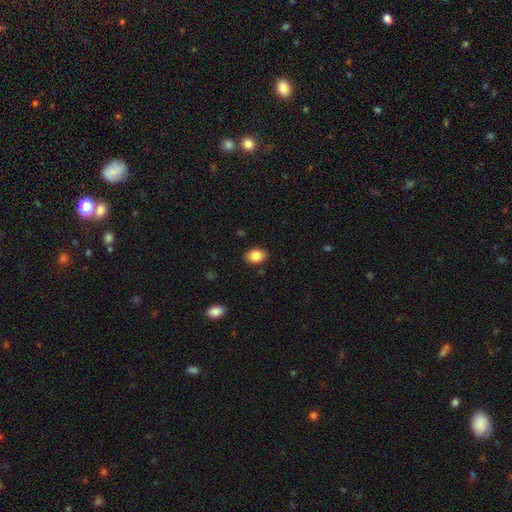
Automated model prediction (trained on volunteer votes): The model was most divided on "how rounded": in between: 79%, round: 20%, cigar-shaped: 1%. More confident: merging — none (88%); smooth or featured — smooth (86%).